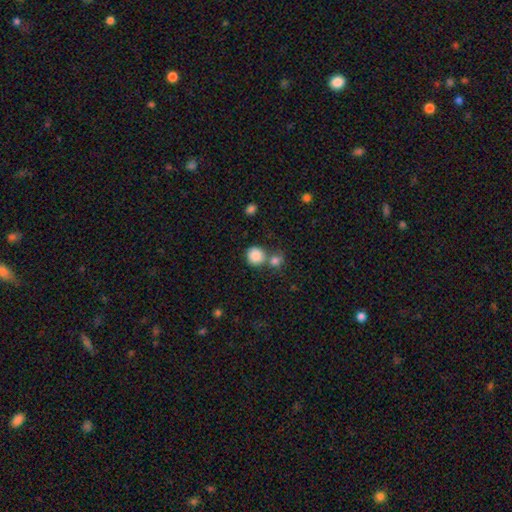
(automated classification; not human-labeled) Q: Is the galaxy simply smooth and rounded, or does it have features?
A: smooth — 86%.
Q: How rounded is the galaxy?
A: round — 88%.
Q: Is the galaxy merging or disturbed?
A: none — 60%.